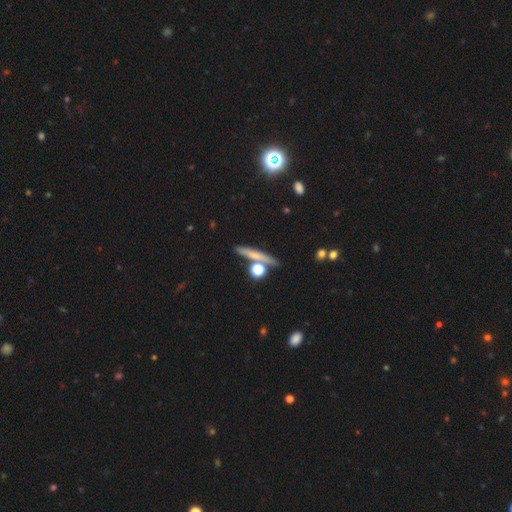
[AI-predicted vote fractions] smooth 58%, featured or disk 30%, star or artifact 11%. Down the decision tree: how rounded — cigar-shaped (75%); merging — none (74%).